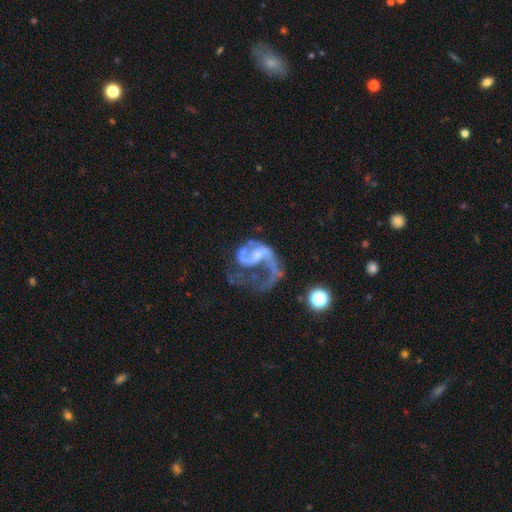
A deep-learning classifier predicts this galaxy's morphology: Smooth or featured?
  - featured or disk: 84% *
  - smooth: 9%
  - star or artifact: 7%
Edge-on disk?
  - no: 98% *
  - yes: 2%
Bar?
  - no: 57% *
  - weak: 34%
  - strong: 8%
Spiral arms?
  - yes: 86% *
  - no: 14%
Spiral winding?
  - loose: 62% *
  - medium: 30%
  - tight: 8%
Spiral arm count?
  - 1: 54% *
  - 2: 37%
  - can't tell: 5%
  - 3: 2%
  - 4: 1%
  - more than 4: 1%
Bulge size?
  - small: 50% *
  - moderate: 27%
  - none: 19%
  - large: 3%
  - dominant: 1%
Merging?
  - major disturbance: 52% *
  - none: 23%
  - merger: 13%
  - minor disturbance: 12%